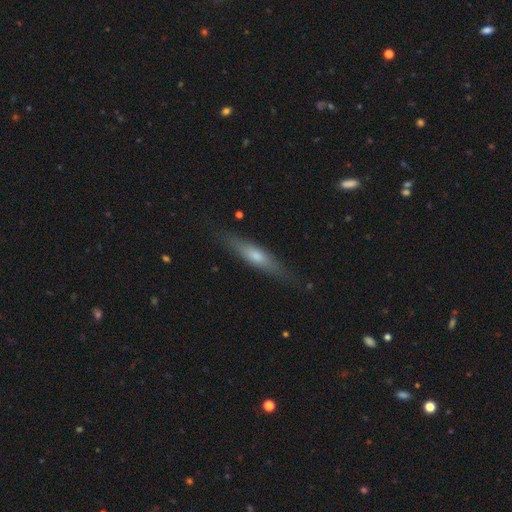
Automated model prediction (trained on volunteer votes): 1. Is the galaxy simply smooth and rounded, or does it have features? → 49% featured or disk, 45% smooth, 7% star or artifact.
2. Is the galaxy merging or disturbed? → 84% none, 12% minor disturbance, 3% major disturbance, 1% merger.